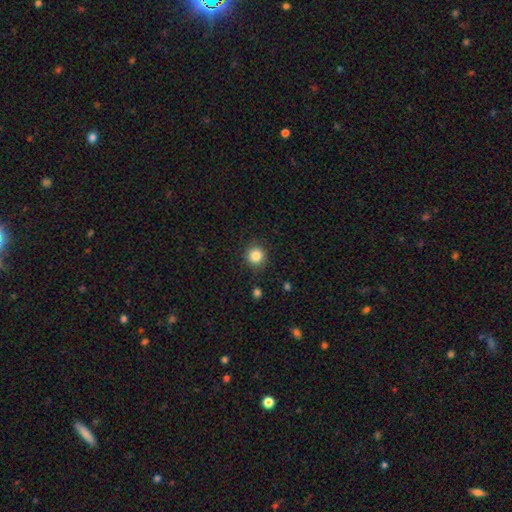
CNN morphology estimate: The model was most divided on "smooth or featured": smooth: 85%, star or artifact: 10%, featured or disk: 4%. More confident: how rounded — round (93%); merging — none (88%).